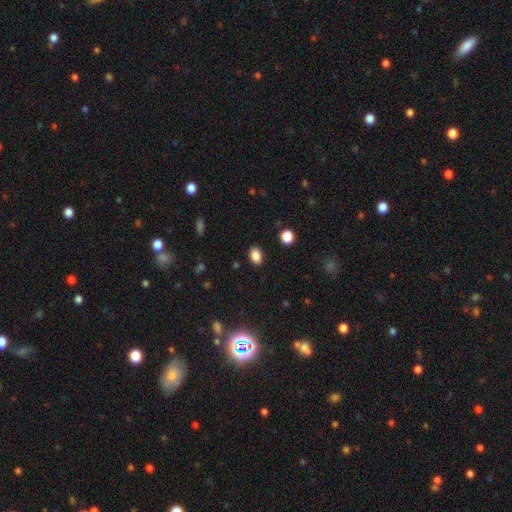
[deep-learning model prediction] smooth_or_featured: smooth (p=0.86) [alt: star or artifact p=0.10]
how_rounded: in between (p=0.80) [alt: round p=0.18]
merging: none (p=0.87) [alt: minor disturbance p=0.09]